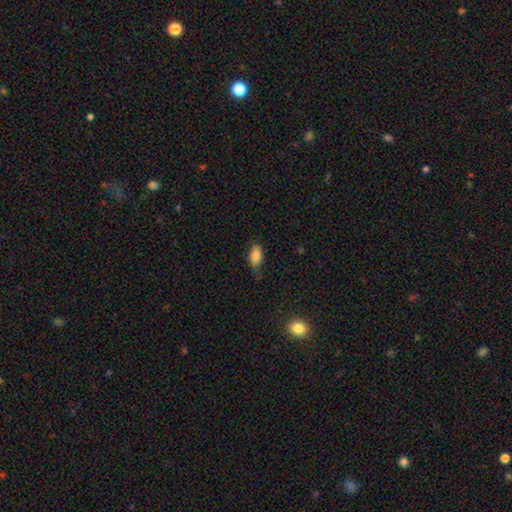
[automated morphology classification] The model was most divided on "merging": none: 67%, minor disturbance: 26%, major disturbance: 5%, merger: 2%. More confident: how rounded — in between (90%); smooth or featured — smooth (84%).